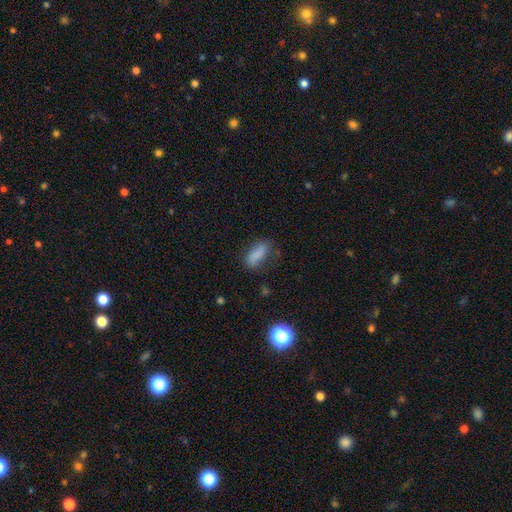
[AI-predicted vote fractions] smooth 78%, star or artifact 12%, featured or disk 11%. Down the decision tree: how rounded — in between (68%); merging — none (64%).